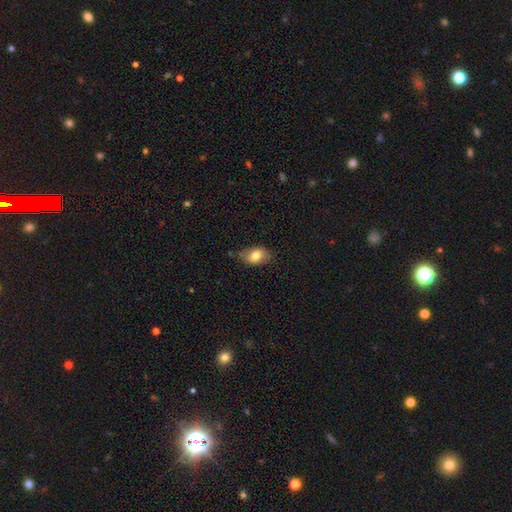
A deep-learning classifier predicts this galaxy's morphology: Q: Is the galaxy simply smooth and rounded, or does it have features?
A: smooth — 80%.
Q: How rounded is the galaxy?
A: in between — 82%.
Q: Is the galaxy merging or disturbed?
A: none — 69%.